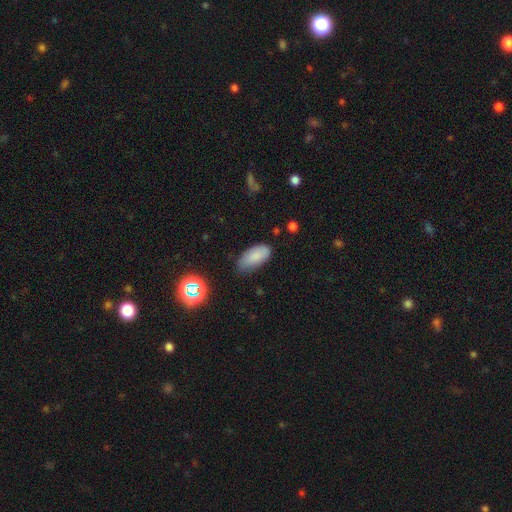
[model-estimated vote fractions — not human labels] Q: Smooth or featured?
A: smooth (83%); runner-up: star or artifact (9%)
Q: How rounded?
A: in between (92%); runner-up: cigar-shaped (6%)
Q: Merging?
A: none (67%); runner-up: minor disturbance (25%)